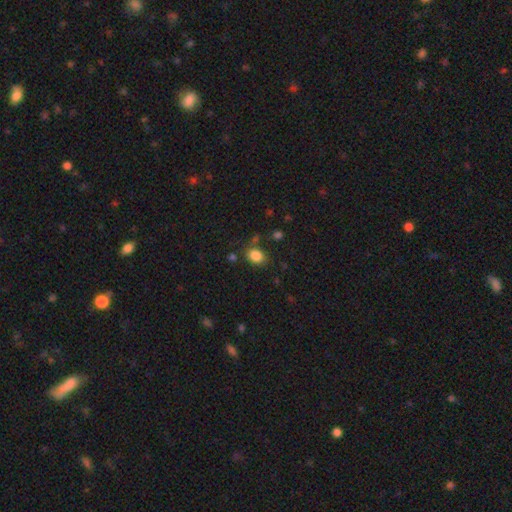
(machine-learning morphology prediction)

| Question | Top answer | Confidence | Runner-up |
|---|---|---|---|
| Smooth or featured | smooth | 85% | star or artifact (10%) |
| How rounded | in between | 64% | round (35%) |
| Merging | none | 73% | minor disturbance (15%) |